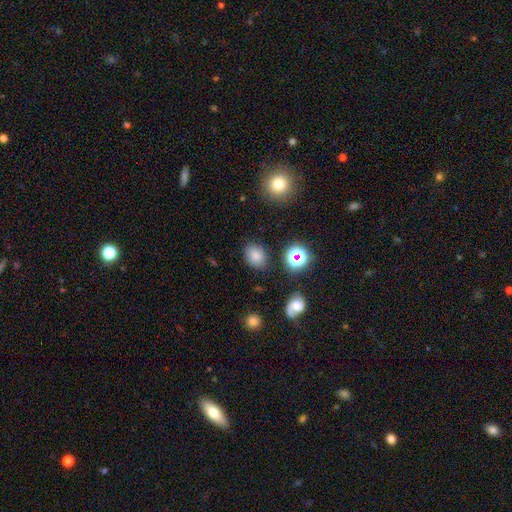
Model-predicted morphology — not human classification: A smooth galaxy with no disk features (77%) that is in between round and cigar-shaped (60%).

Vote fractions:
- Smooth or featured? smooth: 77% / star or artifact: 15% / featured or disk: 8%
- How rounded? in between: 60% / round: 39% / cigar-shaped: 1%
- Merging? none: 83% / minor disturbance: 11% / major disturbance: 3% / merger: 3%